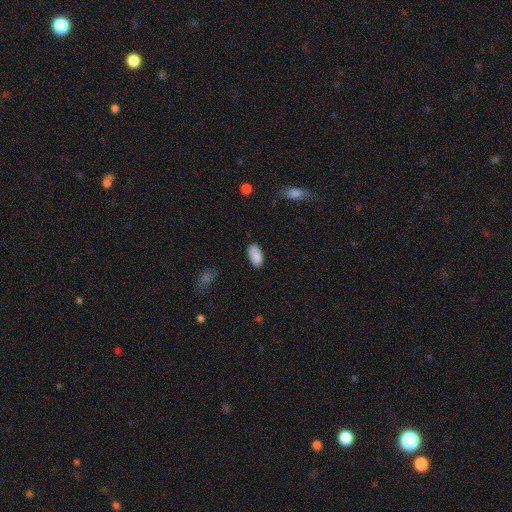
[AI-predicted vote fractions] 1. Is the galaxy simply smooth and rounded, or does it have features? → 88% smooth, 7% star or artifact, 5% featured or disk.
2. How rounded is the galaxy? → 95% in between, 3% cigar-shaped, 2% round.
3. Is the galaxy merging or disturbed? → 81% none, 15% minor disturbance, 3% major disturbance, 1% merger.